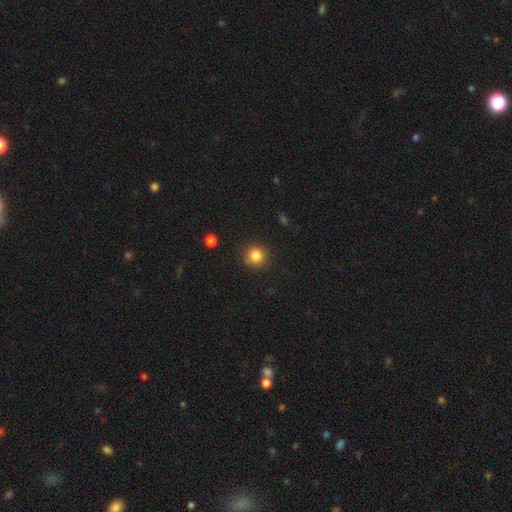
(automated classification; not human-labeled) smooth_or_featured: smooth (p=0.84) [alt: star or artifact p=0.11]
how_rounded: round (p=0.92) [alt: in between p=0.07]
merging: none (p=0.88) [alt: minor disturbance p=0.08]